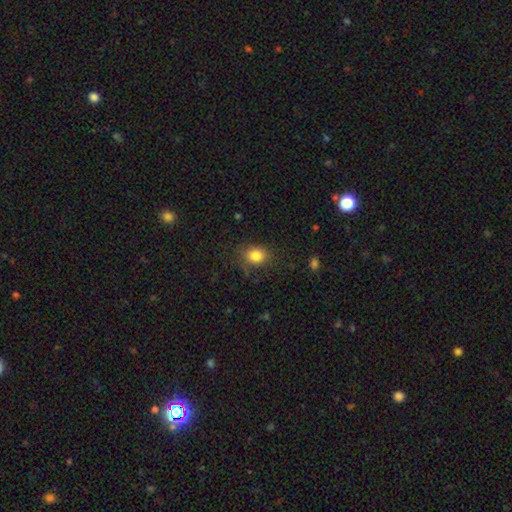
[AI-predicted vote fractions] This appears to be a smooth galaxy with no disk features (83%) that is round (57%). Merging: none (80%).